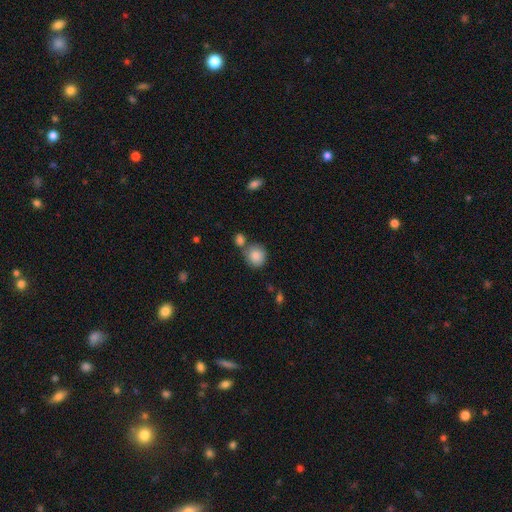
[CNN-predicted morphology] The model was most divided on "merging": none: 60%, merger: 25%, minor disturbance: 12%, major disturbance: 4%. More confident: smooth or featured — smooth (85%); how rounded — round (83%).